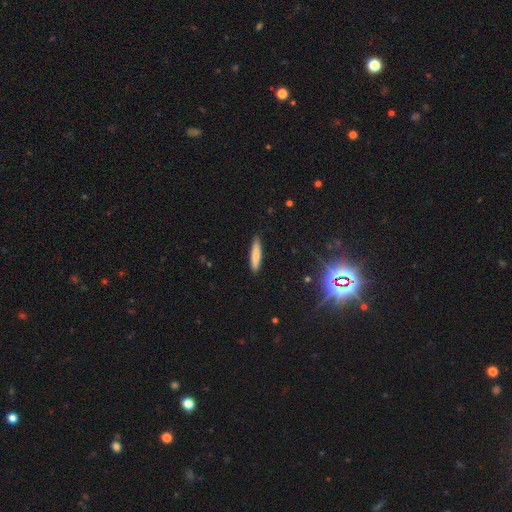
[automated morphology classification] Smooth or featured: smooth — 77% (featured or disk — 16%)
How rounded: cigar-shaped — 82% (in between — 16%)
Merging: none — 89% (minor disturbance — 9%)